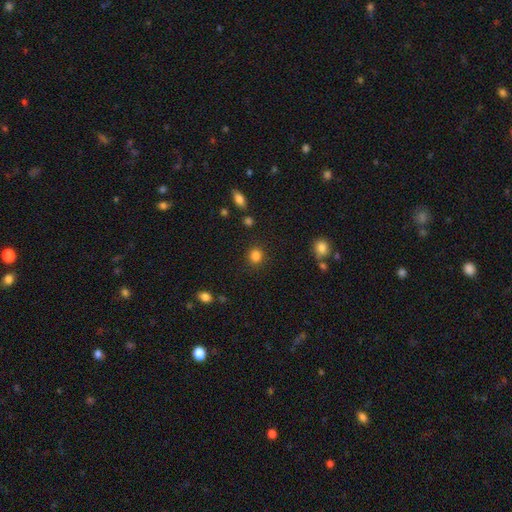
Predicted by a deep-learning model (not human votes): A smooth galaxy with no disk features (84%) that is round (79%).

Vote fractions:
- Smooth or featured? smooth: 84% / star or artifact: 12% / featured or disk: 4%
- How rounded? round: 79% / in between: 20% / cigar-shaped: 1%
- Merging? none: 87% / minor disturbance: 8% / major disturbance: 3% / merger: 3%